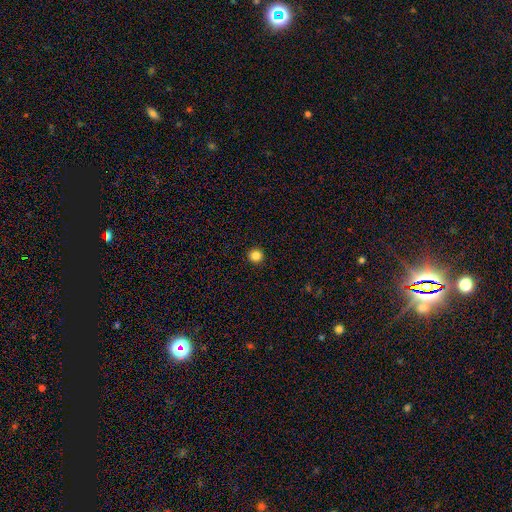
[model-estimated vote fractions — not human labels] Q: Smooth or featured?
A: smooth (84%); runner-up: star or artifact (12%)
Q: How rounded?
A: round (96%); runner-up: in between (3%)
Q: Merging?
A: none (94%); runner-up: minor disturbance (4%)